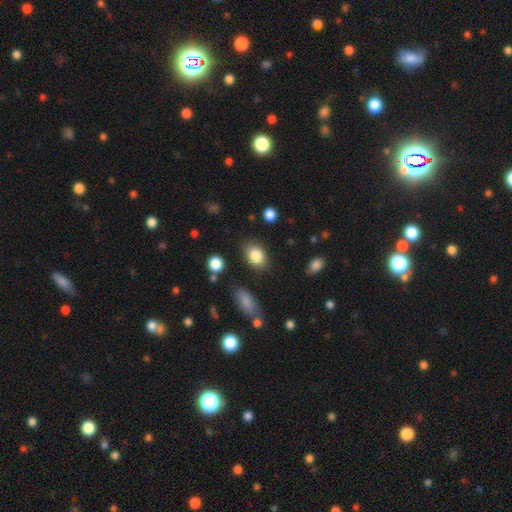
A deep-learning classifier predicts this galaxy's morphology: This is clearly a smooth galaxy (84%). How rounded: likely in between (76%). Merging: likely none (80%).